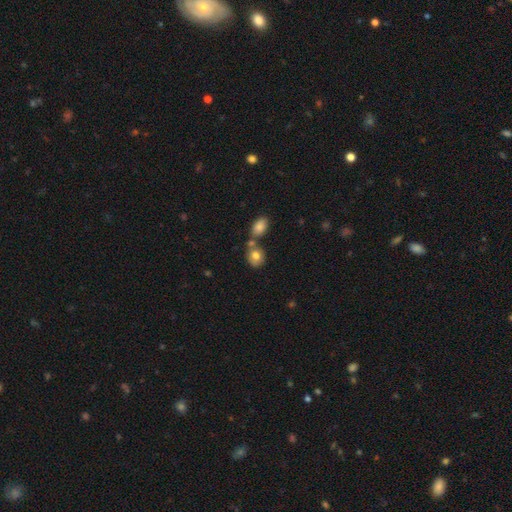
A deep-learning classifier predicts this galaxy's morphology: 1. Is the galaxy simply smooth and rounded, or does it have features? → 78% smooth, 14% featured or disk, 8% star or artifact.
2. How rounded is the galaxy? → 53% round, 46% in between, 1% cigar-shaped.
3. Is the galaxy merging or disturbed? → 51% none, 33% merger, 12% minor disturbance, 4% major disturbance.